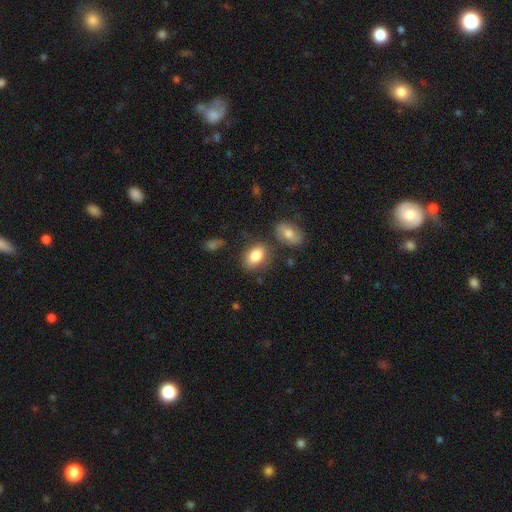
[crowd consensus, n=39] smooth 85%, featured or disk 10%, star or artifact 5%. Down the decision tree: how rounded — in between (91%); merging — none (62%).